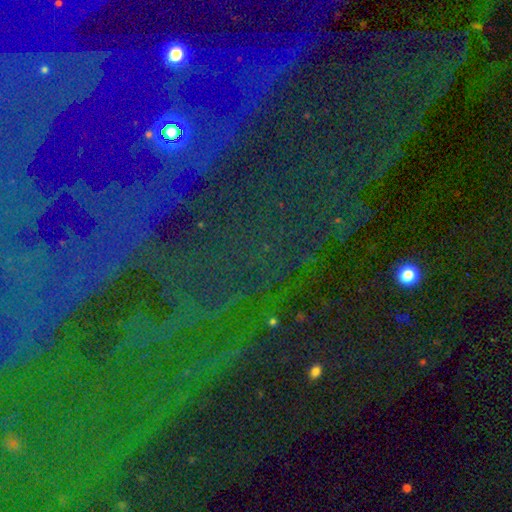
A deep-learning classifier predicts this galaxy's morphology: A star or artifact, not a galaxy (80%).

Vote fractions:
- Smooth or featured? star or artifact: 80% / featured or disk: 12% / smooth: 9%